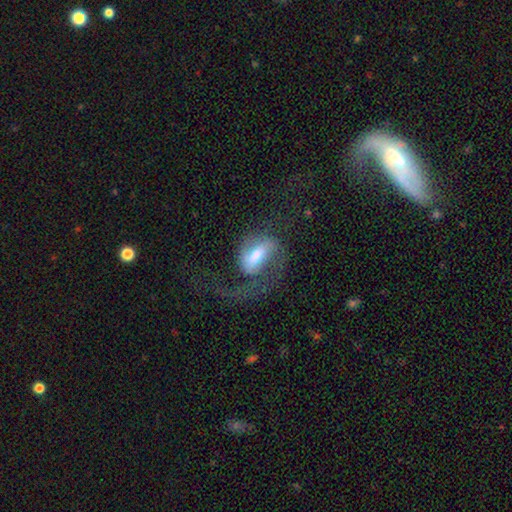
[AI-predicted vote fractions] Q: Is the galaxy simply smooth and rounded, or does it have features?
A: featured or disk — 60%.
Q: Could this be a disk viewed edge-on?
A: no — 94%.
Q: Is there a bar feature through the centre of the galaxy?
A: weak — 44%.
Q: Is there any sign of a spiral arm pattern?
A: yes — 78%.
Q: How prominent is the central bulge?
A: moderate — 45%.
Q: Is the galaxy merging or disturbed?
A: major disturbance — 56%.